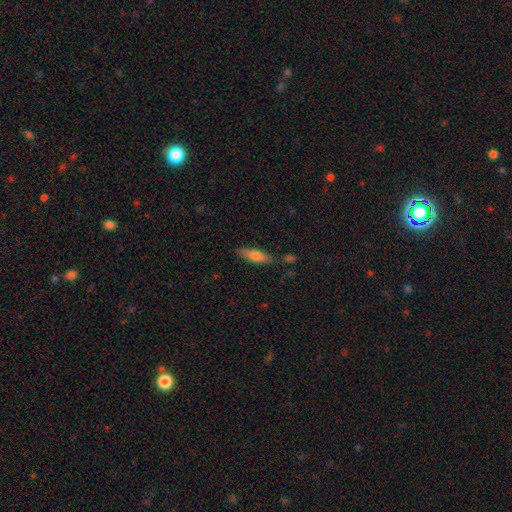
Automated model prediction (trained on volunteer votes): Overall: smooth (68%). How rounded: in between (50%; cigar-shaped 48%). Merging: none (76%).